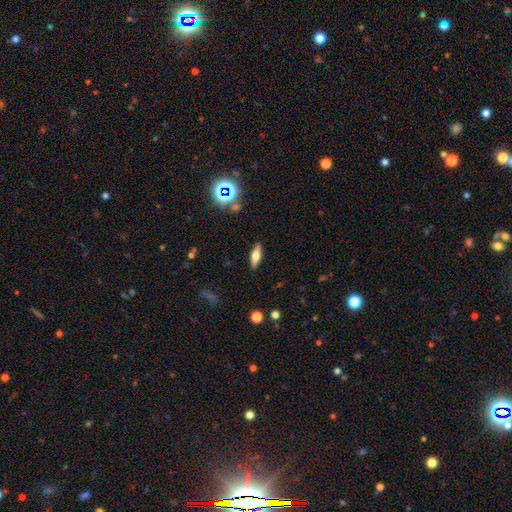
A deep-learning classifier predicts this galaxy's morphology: smooth-or-featured: smooth: 52% | featured or disk: 38% | star or artifact: 10%
  how-rounded: in between: 51% | cigar-shaped: 45% | round: 4%
  merging: none: 89% | minor disturbance: 8% | major disturbance: 2% | merger: 1%